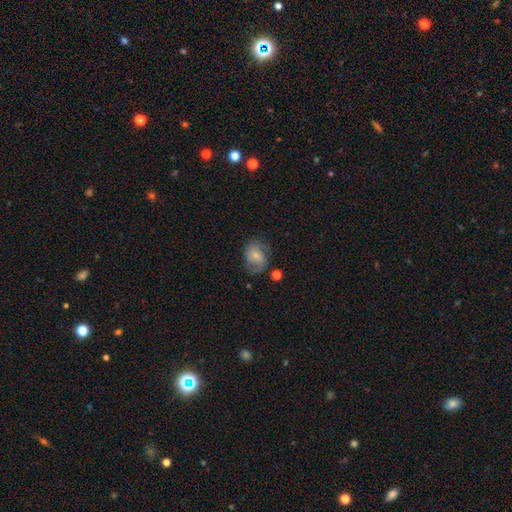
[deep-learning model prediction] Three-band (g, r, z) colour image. It shows a smooth galaxy with no disk features (55%) that is in between round and cigar-shaped (59%). Merging: none (56%).